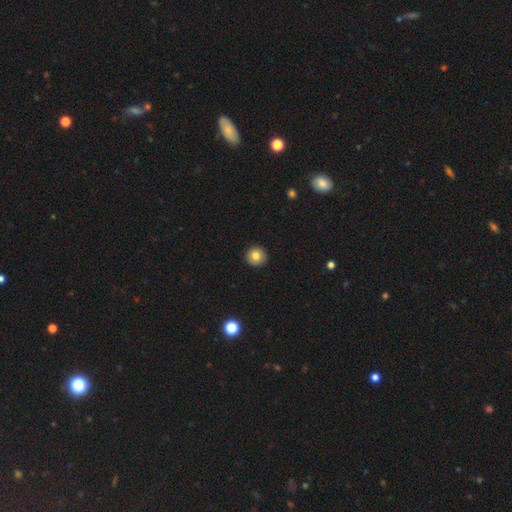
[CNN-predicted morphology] Q: Smooth or featured?
A: smooth (79%); runner-up: featured or disk (12%)
Q: How rounded?
A: round (95%); runner-up: in between (4%)
Q: Merging?
A: none (92%); runner-up: minor disturbance (5%)